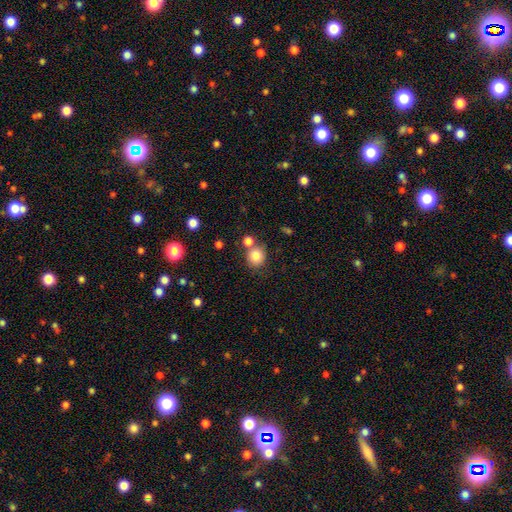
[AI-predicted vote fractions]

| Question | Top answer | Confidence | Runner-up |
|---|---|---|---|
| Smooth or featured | smooth | 82% | star or artifact (11%) |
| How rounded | round | 83% | in between (16%) |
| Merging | none | 66% | merger (20%) |